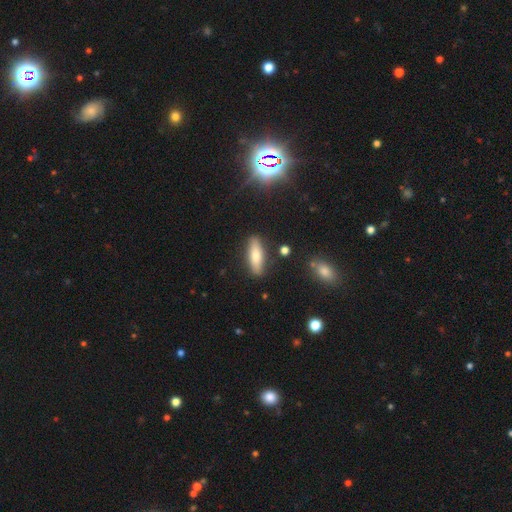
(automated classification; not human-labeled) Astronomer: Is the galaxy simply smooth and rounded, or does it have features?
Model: smooth — 71%.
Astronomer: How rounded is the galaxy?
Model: cigar-shaped — 53% (runner-up: in between, 45%).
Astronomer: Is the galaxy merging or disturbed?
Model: none — 84%.